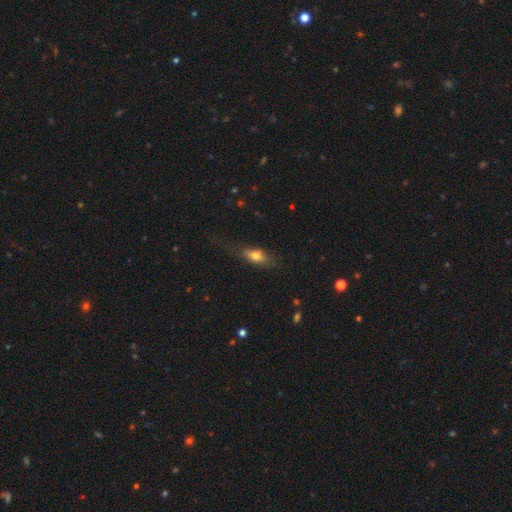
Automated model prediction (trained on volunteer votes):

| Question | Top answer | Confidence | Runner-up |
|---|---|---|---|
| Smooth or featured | smooth | 71% | featured or disk (21%) |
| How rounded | in between | 69% | cigar-shaped (23%) |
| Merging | none | 59% | minor disturbance (24%) |